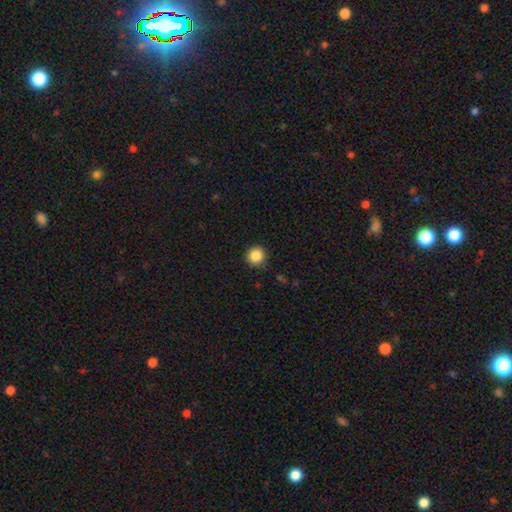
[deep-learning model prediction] Q: Smooth or featured?
A: smooth (86%); runner-up: star or artifact (10%)
Q: How rounded?
A: round (94%); runner-up: in between (5%)
Q: Merging?
A: none (89%); runner-up: minor disturbance (8%)